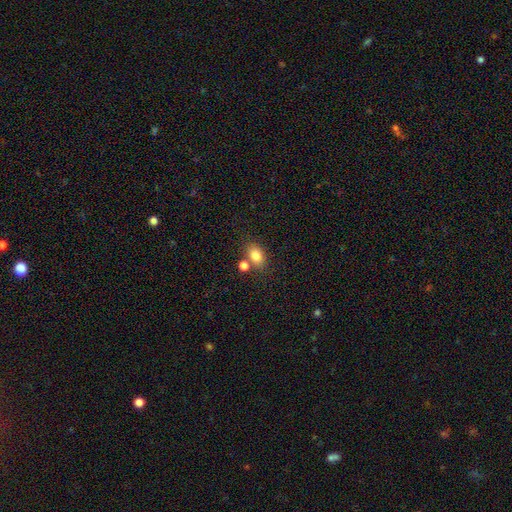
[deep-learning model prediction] This appears to be a smooth galaxy with no disk features (81%) that is in between round and cigar-shaped (73%). Merging: none (65%).